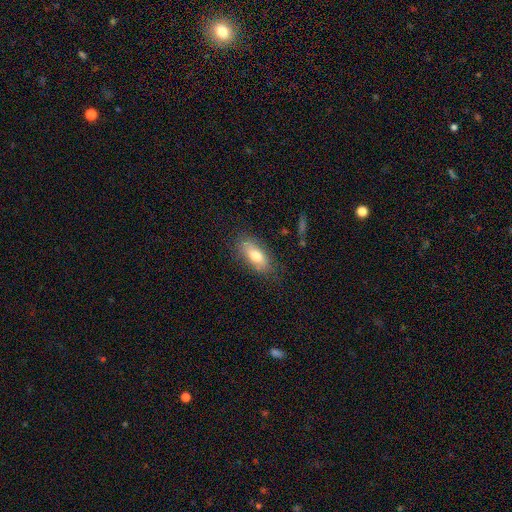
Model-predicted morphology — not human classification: A smooth galaxy with no disk features (73%) that is in between round and cigar-shaped (81%).

Vote fractions:
- Smooth or featured? smooth: 73% / featured or disk: 21% / star or artifact: 7%
- How rounded? in between: 81% / cigar-shaped: 16% / round: 3%
- Merging? none: 76% / minor disturbance: 17% / major disturbance: 5% / merger: 2%